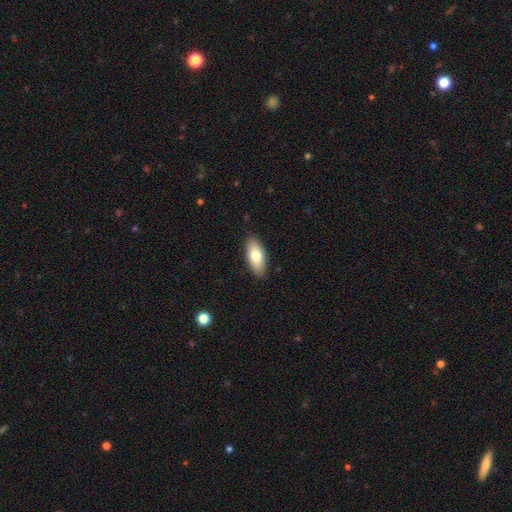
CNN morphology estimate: A smooth galaxy with no disk features (77%) that is in between round and cigar-shaped (85%). Merging: none (88%).